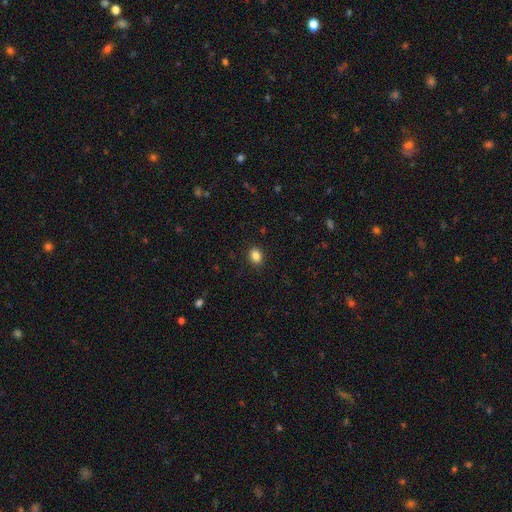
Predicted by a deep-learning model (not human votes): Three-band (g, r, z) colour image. It shows a smooth galaxy with no disk features (85%) that is in between round and cigar-shaped (51%). Merging: none (90%).